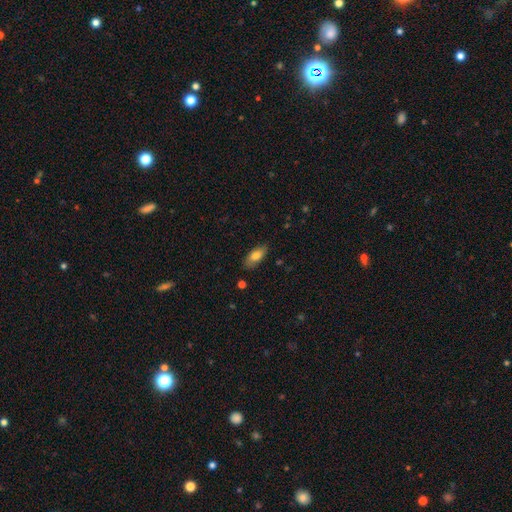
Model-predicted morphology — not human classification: A smooth galaxy with no disk features (78%) that is in between round and cigar-shaped (84%).

Vote fractions:
- Smooth or featured? smooth: 78% / featured or disk: 15% / star or artifact: 7%
- How rounded? in between: 84% / cigar-shaped: 14% / round: 3%
- Merging? none: 81% / minor disturbance: 15% / major disturbance: 3% / merger: 2%